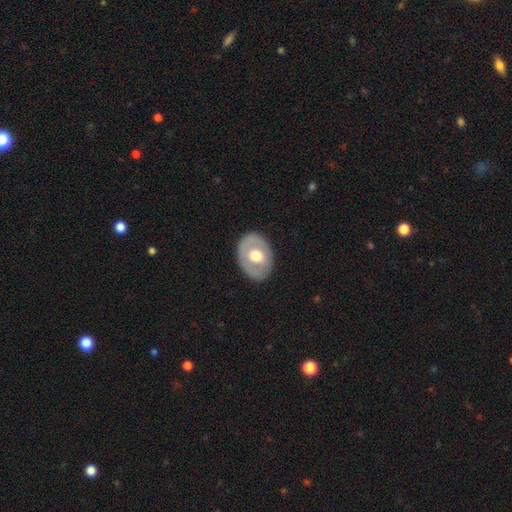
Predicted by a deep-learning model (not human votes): A smooth galaxy with no disk features (48%).

Vote fractions:
- Smooth or featured? smooth: 48% / featured or disk: 47% / star or artifact: 5%
- Merging? none: 82% / minor disturbance: 13% / major disturbance: 4% / merger: 1%